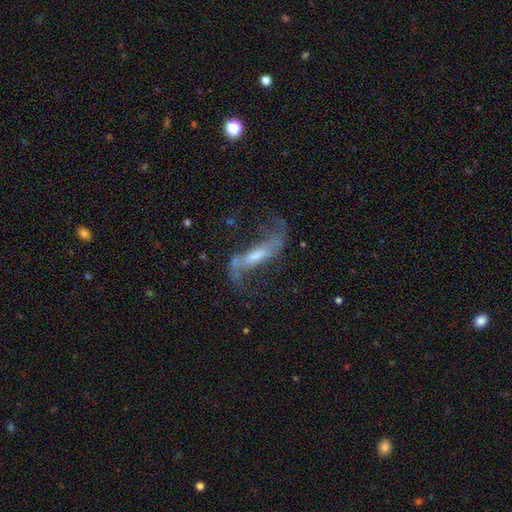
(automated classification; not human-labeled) Overall: featured or disk (82%). Edge-on disk: no (84%). Bar: strong (43%; weak 37%). Spiral arms: yes (93%). Spiral arm count: 2 (91%). Spiral winding: loose (84%). Bulge size: small (38%, tied with moderate). Merging: none (58%; major disturbance 19%).